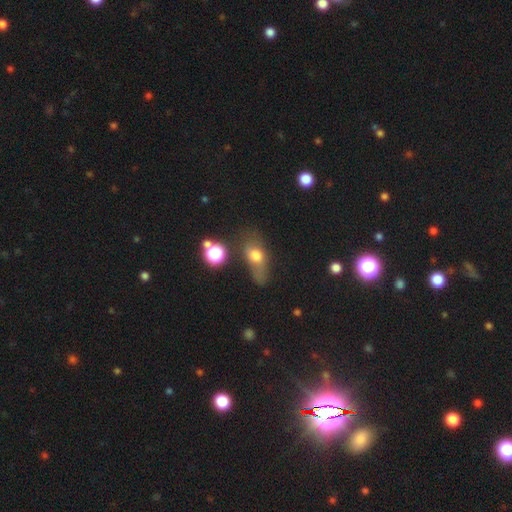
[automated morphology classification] Smooth or featured? smooth (64%)
How rounded? in between (65%)
Merging? none (37%)